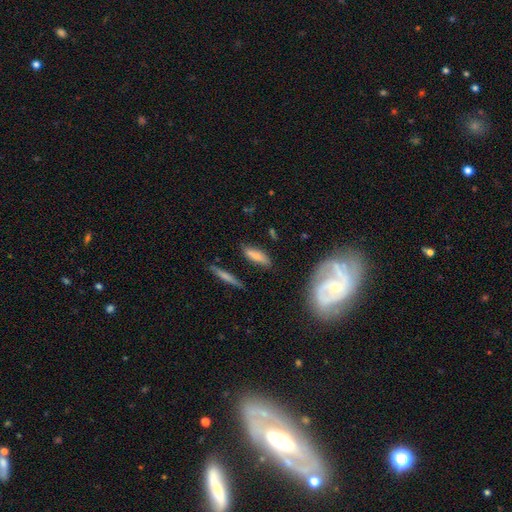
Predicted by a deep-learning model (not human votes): A smooth galaxy with no disk features (71%) that is in between round and cigar-shaped (50%). Merging: none (76%).